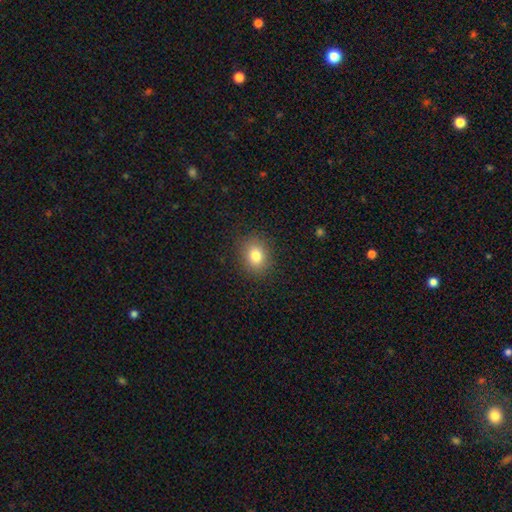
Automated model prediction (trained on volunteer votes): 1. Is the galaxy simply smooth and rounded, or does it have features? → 81% smooth, 12% star or artifact, 8% featured or disk.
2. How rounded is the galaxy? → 57% round, 42% in between, 1% cigar-shaped.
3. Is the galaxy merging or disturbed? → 89% none, 8% minor disturbance, 3% major disturbance, 1% merger.